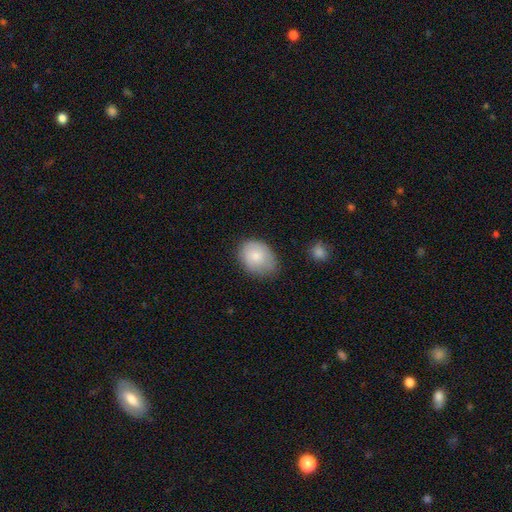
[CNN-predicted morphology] This appears to be a smooth galaxy with no disk features (79%) that is in between round and cigar-shaped (62%). Merging: none (59%).